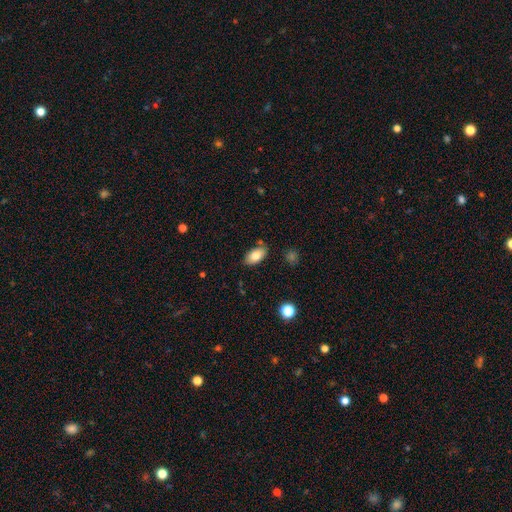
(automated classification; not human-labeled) Smooth or featured: smooth — 80% (featured or disk — 12%)
How rounded: in between — 93% (round — 4%)
Merging: none — 81% (minor disturbance — 13%)